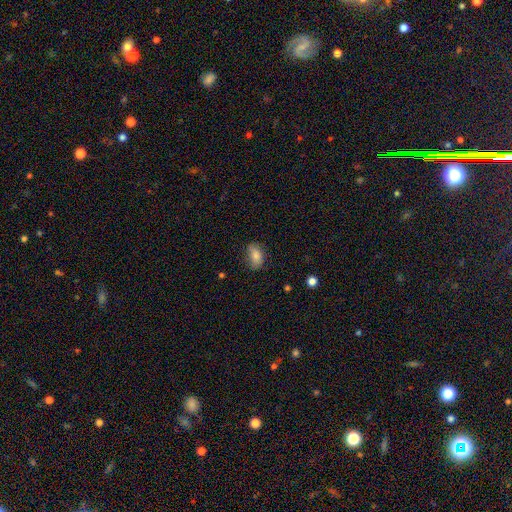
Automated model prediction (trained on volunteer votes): Smooth or featured? Predicted: smooth (p=0.83). How rounded? Predicted: in between (p=0.89). Merging? Predicted: none (p=0.73).